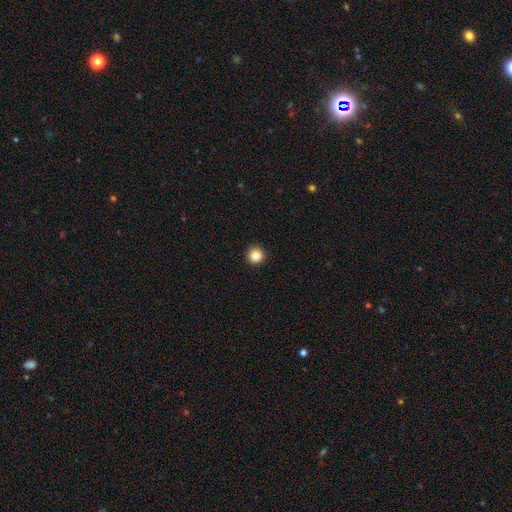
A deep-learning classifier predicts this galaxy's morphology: A smooth galaxy with no disk features (87%) that is round (96%). Merging: none (92%).